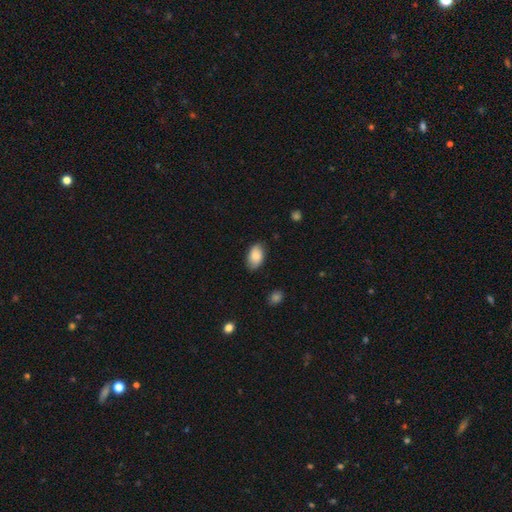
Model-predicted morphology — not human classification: A smooth galaxy with no disk features (84%) that is in between round and cigar-shaped (93%). Merging: none (80%).